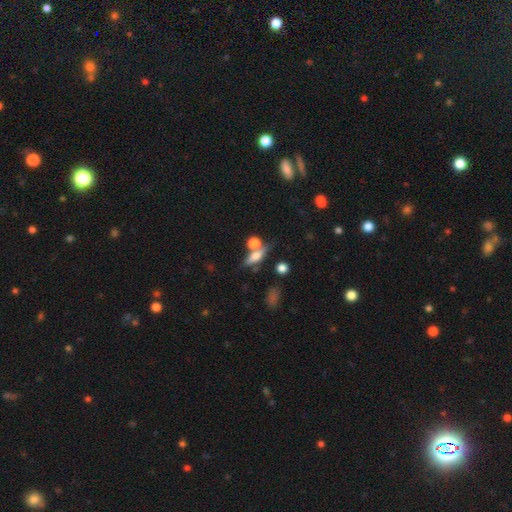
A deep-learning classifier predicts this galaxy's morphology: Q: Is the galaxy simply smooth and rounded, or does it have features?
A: smooth — 59%.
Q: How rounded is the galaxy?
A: in between — 44%.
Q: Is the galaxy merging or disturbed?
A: none — 57%.